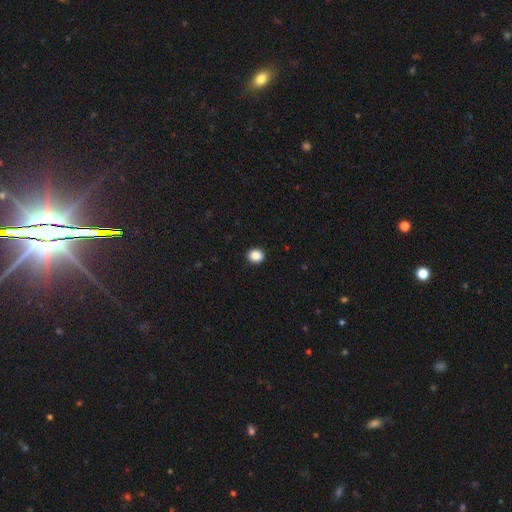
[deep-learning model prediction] Smooth or featured? Predicted: smooth (p=0.88). How rounded? Predicted: round (p=0.75). Merging? Predicted: none (p=0.92).